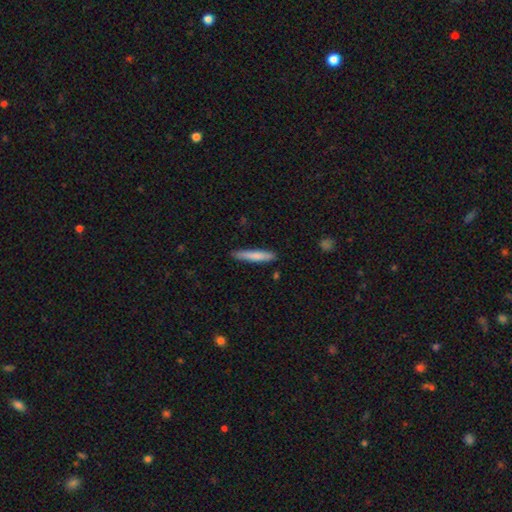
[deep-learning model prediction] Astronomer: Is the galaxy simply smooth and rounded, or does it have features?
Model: smooth — 78%.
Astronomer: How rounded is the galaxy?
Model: cigar-shaped — 92%.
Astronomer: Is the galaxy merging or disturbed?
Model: none — 86%.